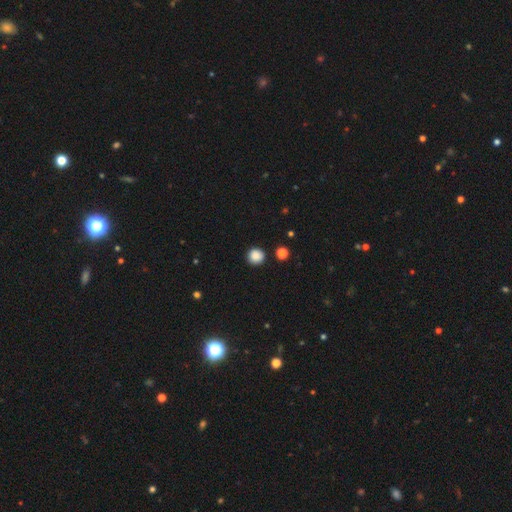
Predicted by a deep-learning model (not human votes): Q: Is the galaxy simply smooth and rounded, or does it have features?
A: smooth — 87%.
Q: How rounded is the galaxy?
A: round — 92%.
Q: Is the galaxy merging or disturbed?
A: none — 90%.